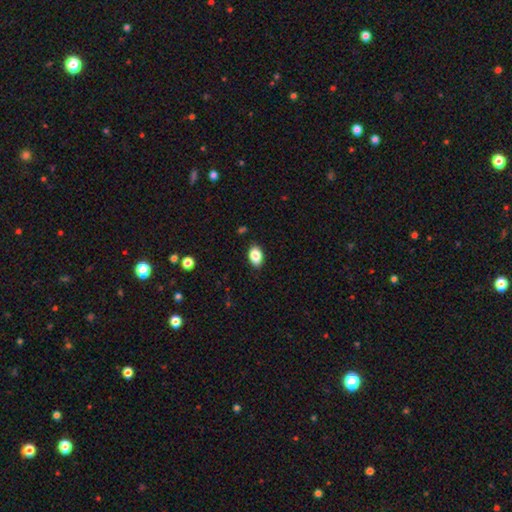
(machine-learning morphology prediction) Q: Smooth or featured?
A: smooth (86%); runner-up: star or artifact (8%)
Q: How rounded?
A: in between (88%); runner-up: round (11%)
Q: Merging?
A: none (87%); runner-up: minor disturbance (10%)